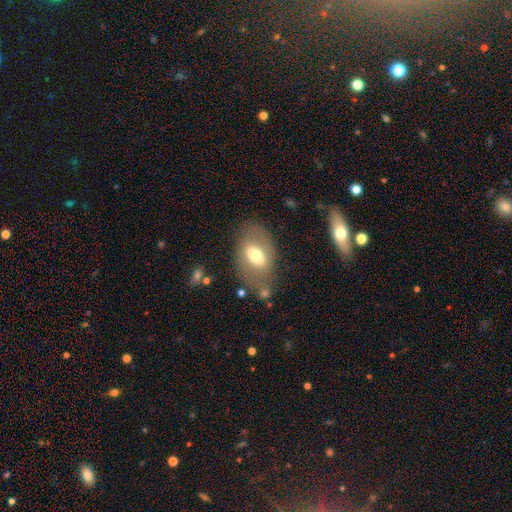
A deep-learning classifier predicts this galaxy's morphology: Q: Smooth or featured?
A: smooth (57%); runner-up: featured or disk (35%)
Q: How rounded?
A: in between (84%); runner-up: round (14%)
Q: Merging?
A: none (68%); runner-up: minor disturbance (18%)